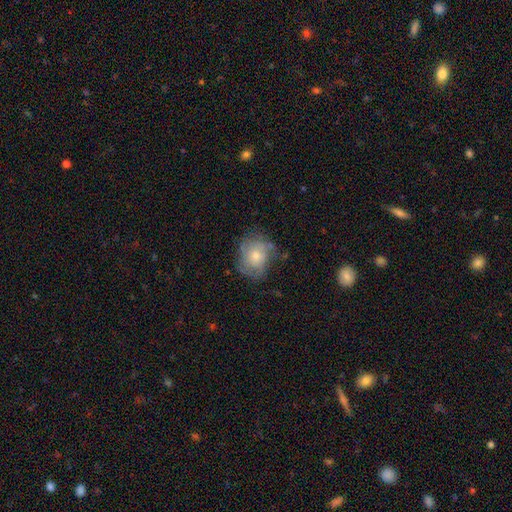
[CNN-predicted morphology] smooth 47%, featured or disk 45%, star or artifact 8%. Down the decision tree: merging — none (55%).